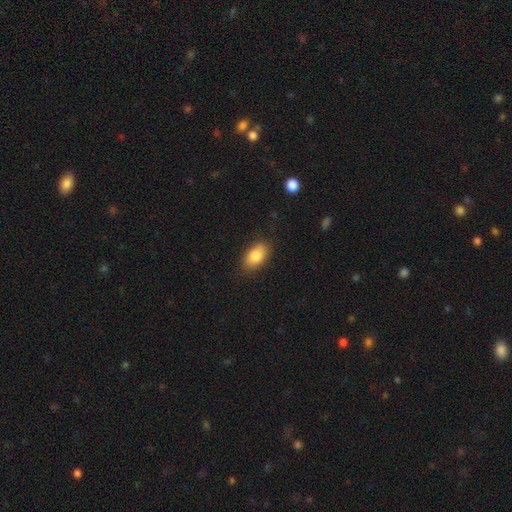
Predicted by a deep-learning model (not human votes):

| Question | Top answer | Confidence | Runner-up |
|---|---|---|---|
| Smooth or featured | smooth | 85% | featured or disk (8%) |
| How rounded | in between | 91% | round (6%) |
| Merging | none | 83% | minor disturbance (13%) |